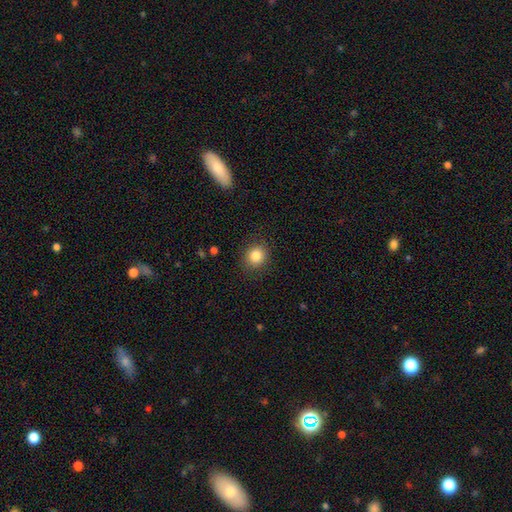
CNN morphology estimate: Q: Smooth or featured?
A: smooth (84%); runner-up: star or artifact (10%)
Q: How rounded?
A: round (84%); runner-up: in between (15%)
Q: Merging?
A: none (88%); runner-up: minor disturbance (8%)